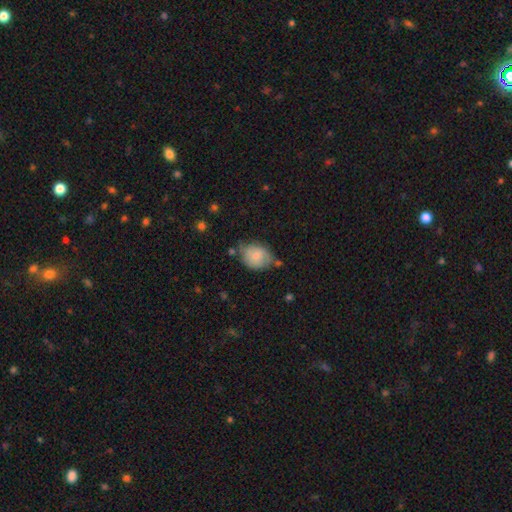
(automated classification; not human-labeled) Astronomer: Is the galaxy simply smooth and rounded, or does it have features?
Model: smooth — 72%.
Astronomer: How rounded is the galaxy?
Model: in between — 57% (runner-up: round, 42%).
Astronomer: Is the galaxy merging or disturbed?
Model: none — 57%.